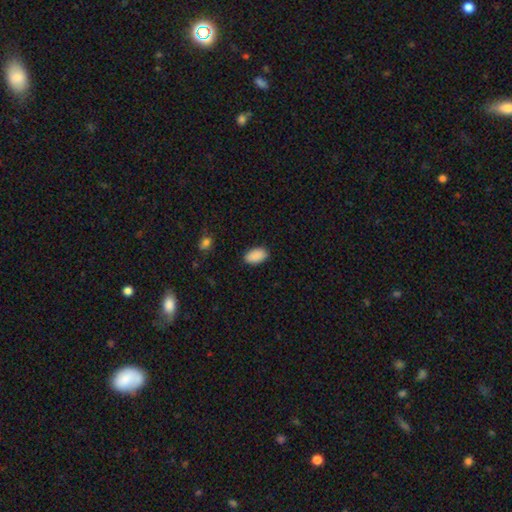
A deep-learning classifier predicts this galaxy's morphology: smooth 91%, star or artifact 7%, featured or disk 3%. Down the decision tree: how rounded — in between (94%); merging — none (89%).